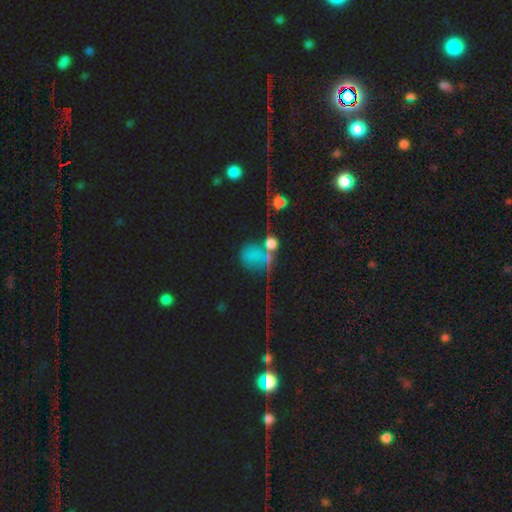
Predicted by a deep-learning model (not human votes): Smooth or featured? Predicted: smooth (p=0.46). Merging? Predicted: none (p=0.36).